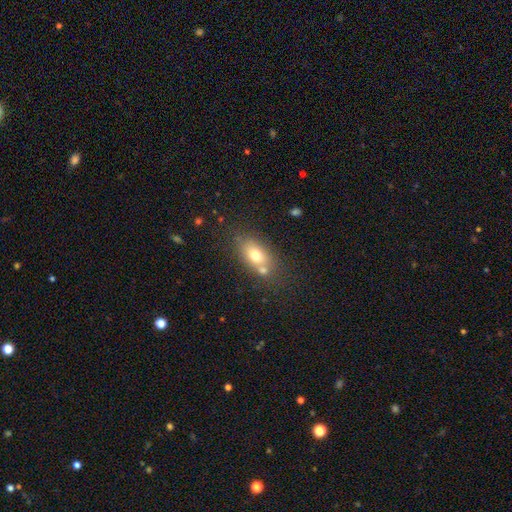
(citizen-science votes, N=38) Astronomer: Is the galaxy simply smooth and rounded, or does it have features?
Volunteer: smooth — 82%.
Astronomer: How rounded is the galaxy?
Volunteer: in between — 84%.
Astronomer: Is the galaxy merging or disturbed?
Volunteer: none — 64%.